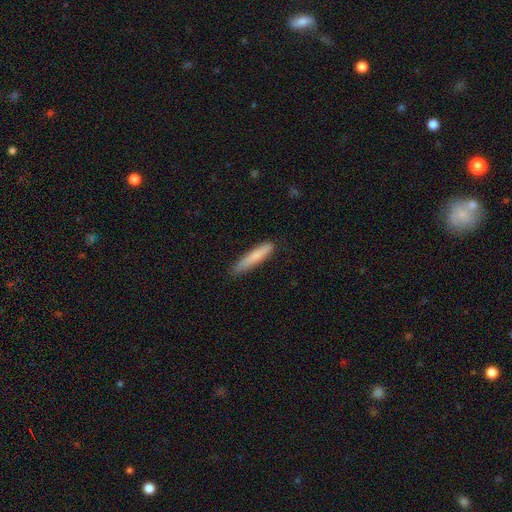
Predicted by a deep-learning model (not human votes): smooth_or_featured: smooth (p=0.79) [alt: featured or disk p=0.16]
how_rounded: cigar-shaped (p=0.90) [alt: in between p=0.08]
merging: none (p=0.83) [alt: minor disturbance p=0.14]